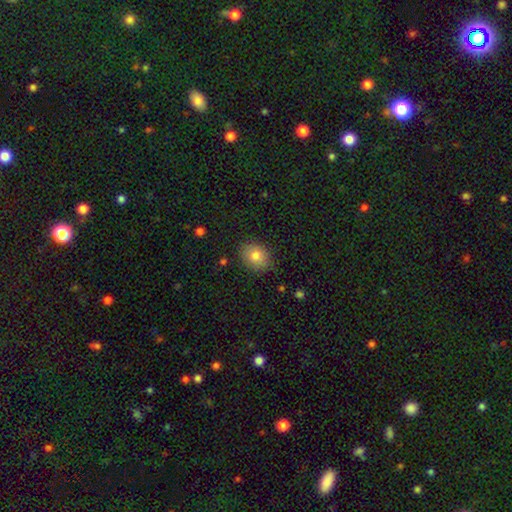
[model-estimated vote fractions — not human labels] Smooth or featured? smooth (80%)
How rounded? round (52%)
Merging? none (84%)